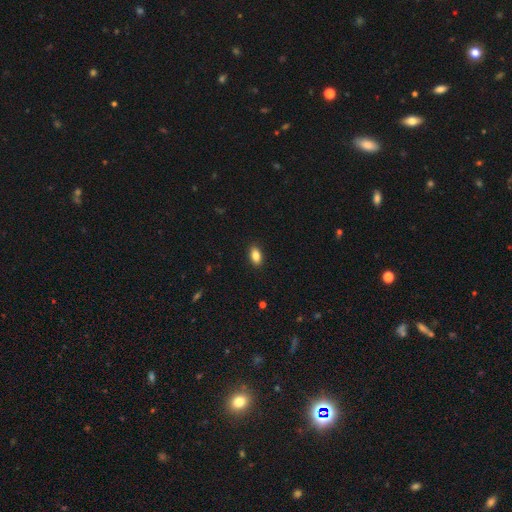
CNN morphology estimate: Smooth or featured?
  - smooth: 85% *
  - star or artifact: 8%
  - featured or disk: 7%
How rounded?
  - in between: 90% *
  - round: 6%
  - cigar-shaped: 4%
Merging?
  - none: 89% *
  - minor disturbance: 8%
  - major disturbance: 2%
  - merger: 1%